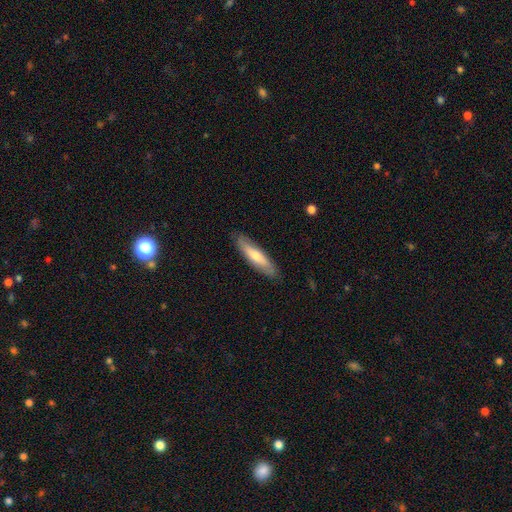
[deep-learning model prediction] Q: Smooth or featured?
A: smooth (55%); runner-up: featured or disk (39%)
Q: How rounded?
A: cigar-shaped (74%); runner-up: in between (24%)
Q: Merging?
A: none (86%); runner-up: minor disturbance (11%)